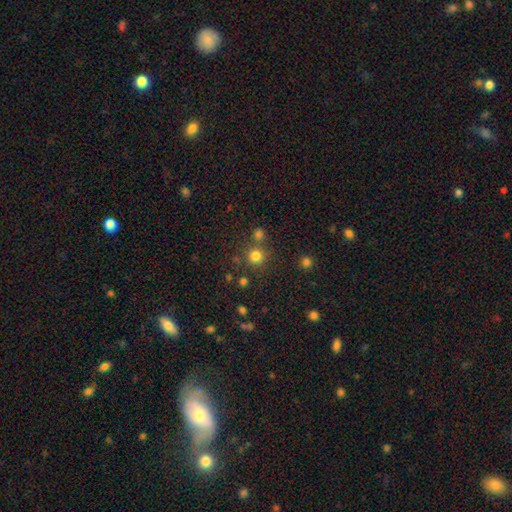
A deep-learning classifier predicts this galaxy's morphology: This is likely a smooth galaxy (78%). How rounded: clearly round (94%). Merging: likely none (76%).